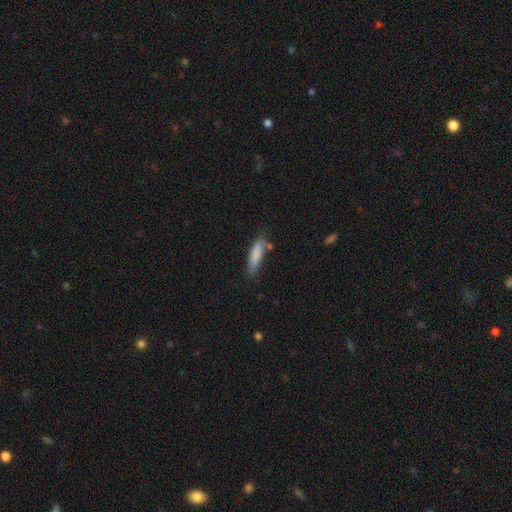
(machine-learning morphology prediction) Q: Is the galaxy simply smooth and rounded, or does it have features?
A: smooth — 82%.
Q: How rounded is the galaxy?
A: cigar-shaped — 70%.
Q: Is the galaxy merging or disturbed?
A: none — 65%.